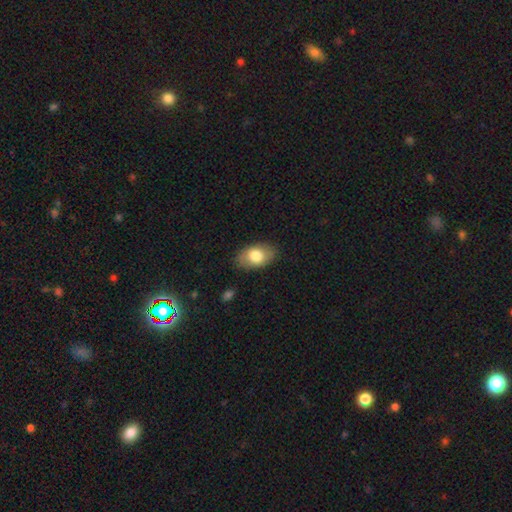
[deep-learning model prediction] smooth-or-featured: smooth: 78% | featured or disk: 16% | star or artifact: 7%
  how-rounded: in between: 91% | round: 8% | cigar-shaped: 2%
  merging: none: 84% | minor disturbance: 12% | major disturbance: 3% | merger: 1%